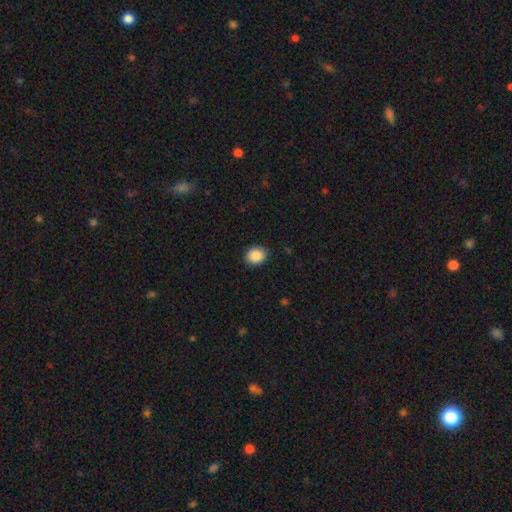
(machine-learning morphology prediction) type=smooth (89%); roundness=round (64%); merging=none (89%).